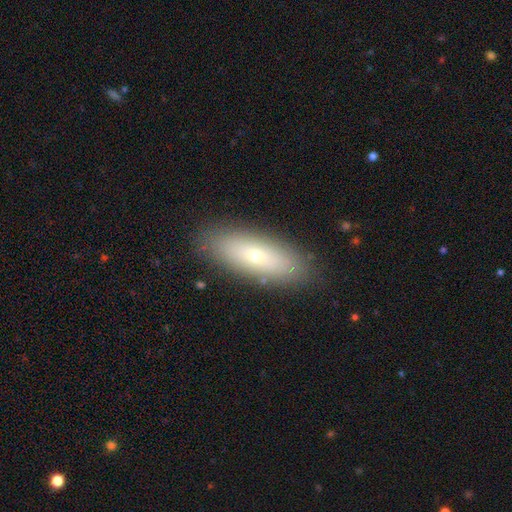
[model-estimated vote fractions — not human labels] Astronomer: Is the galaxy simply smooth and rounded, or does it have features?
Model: smooth — 63%.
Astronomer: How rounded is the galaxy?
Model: in between — 64%.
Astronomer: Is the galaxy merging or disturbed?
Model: none — 87%.